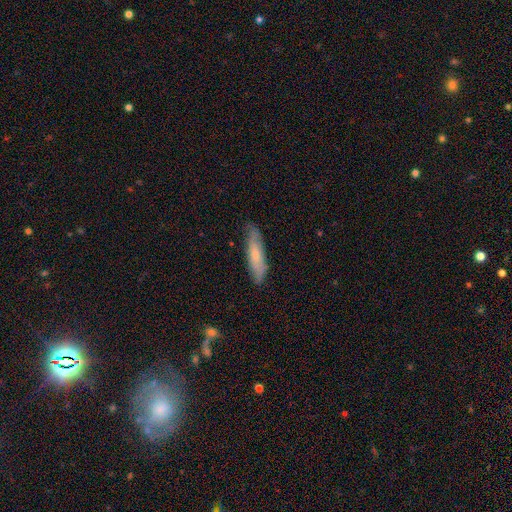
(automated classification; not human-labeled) Smooth or featured? Predicted: smooth (p=0.60). How rounded? Predicted: cigar-shaped (p=0.74). Merging? Predicted: none (p=0.80).